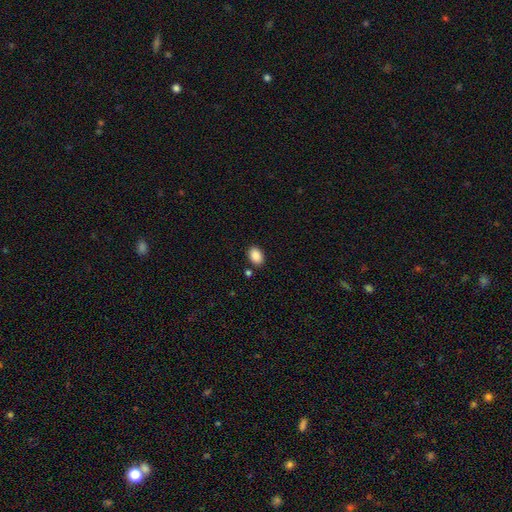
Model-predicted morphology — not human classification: This is clearly a smooth galaxy (88%). How rounded: clearly in between (81%). Merging: clearly none (85%).